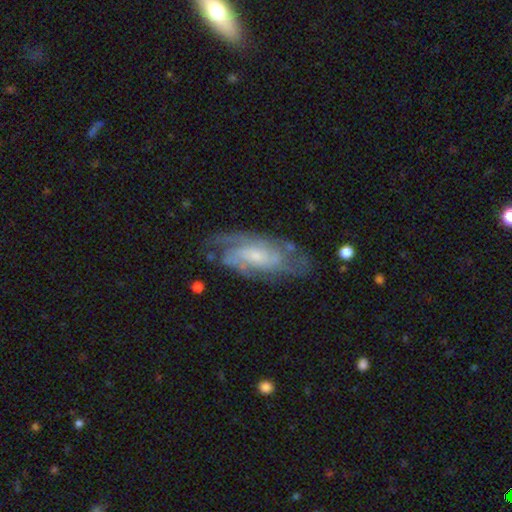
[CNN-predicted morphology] A featured or disk galaxy (81%) with no bar (62%), tight (49%) spiral arms (93%) and a small central bulge (62%).

Vote fractions:
- Smooth or featured? featured or disk: 81% / smooth: 14% / star or artifact: 6%
- Edge-on disk? no: 93% / yes: 7%
- Bar? no: 62% / weak: 31% / strong: 7%
- Spiral arms? yes: 93% / no: 7%
- Spiral winding? tight: 49% / medium: 39% / loose: 12%
- Spiral arm count? can't tell: 34% / 2: 27% / 3: 20% / 4: 10% / 1: 4% / more than 4: 4%
- Bulge size? small: 62% / moderate: 27% / none: 6% / large: 4% / dominant: 1%
- Merging? none: 68% / minor disturbance: 20% / major disturbance: 10% / merger: 2%